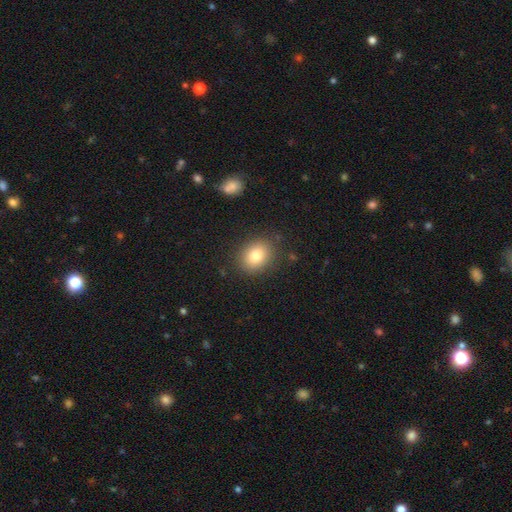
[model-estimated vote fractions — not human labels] Smooth or featured: smooth — 81% (star or artifact — 10%)
How rounded: round — 51% (in between — 48%)
Merging: none — 85% (minor disturbance — 10%)